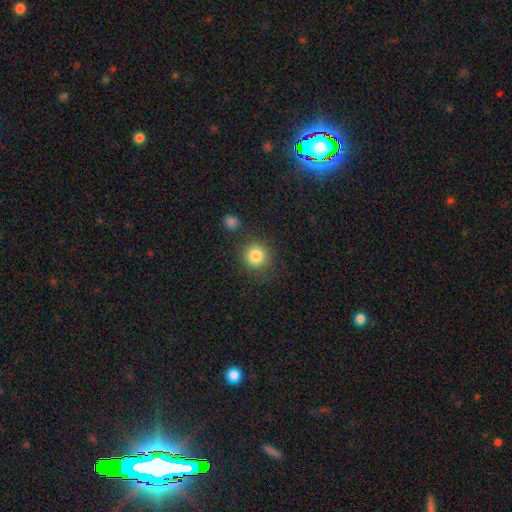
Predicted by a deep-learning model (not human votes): Morphology: type=smooth (85%); roundness=round (91%); merging=none (79%).